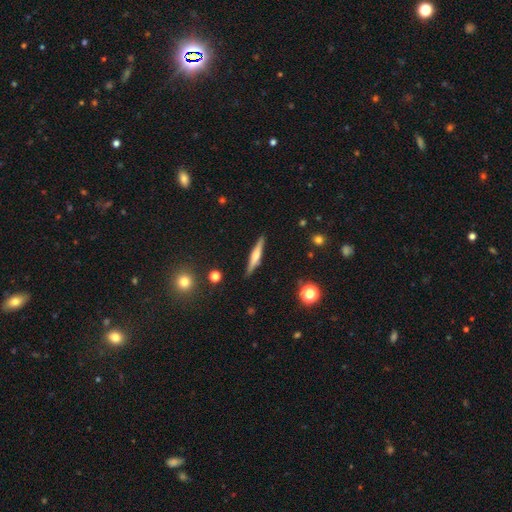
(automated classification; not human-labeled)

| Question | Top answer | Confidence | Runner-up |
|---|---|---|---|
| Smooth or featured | featured or disk | 56% | smooth (37%) |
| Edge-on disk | yes | 96% | no (4%) |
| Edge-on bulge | rounded | 76% | none (12%) |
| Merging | none | 88% | minor disturbance (8%) |